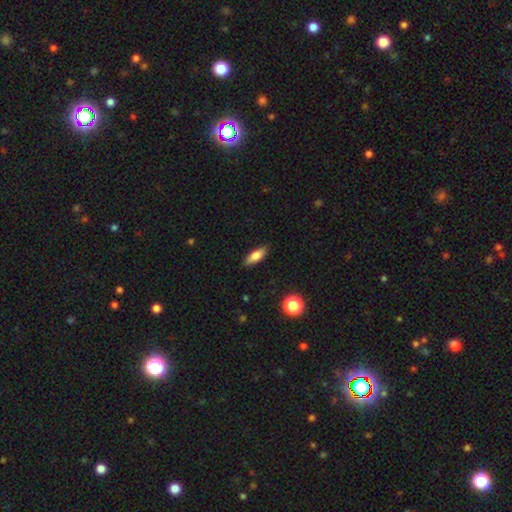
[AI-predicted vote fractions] Smooth or featured? smooth (75%)
How rounded? in between (61%)
Merging? none (88%)